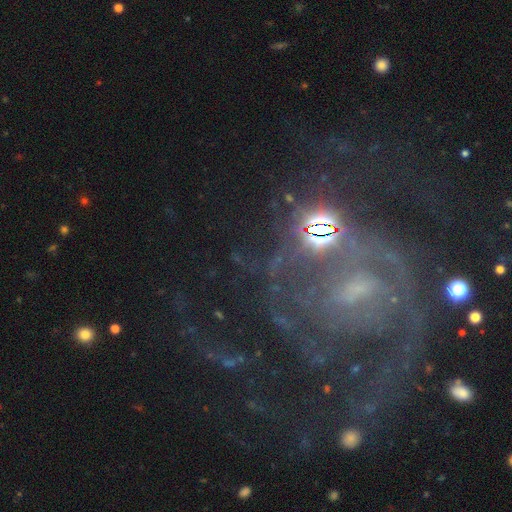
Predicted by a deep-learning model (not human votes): Q: Smooth or featured?
A: featured or disk (76%); runner-up: star or artifact (15%)
Q: Edge-on disk?
A: no (97%); runner-up: yes (3%)
Q: Bar?
A: weak (42%); runner-up: no (34%)
Q: Spiral arms?
A: yes (88%); runner-up: no (12%)
Q: Spiral winding?
A: tight (49%); runner-up: medium (36%)
Q: Spiral arm count?
A: 2 (31%); runner-up: can't tell (28%)
Q: Bulge size?
A: small (56%); runner-up: moderate (24%)
Q: Merging?
A: none (56%); runner-up: major disturbance (21%)